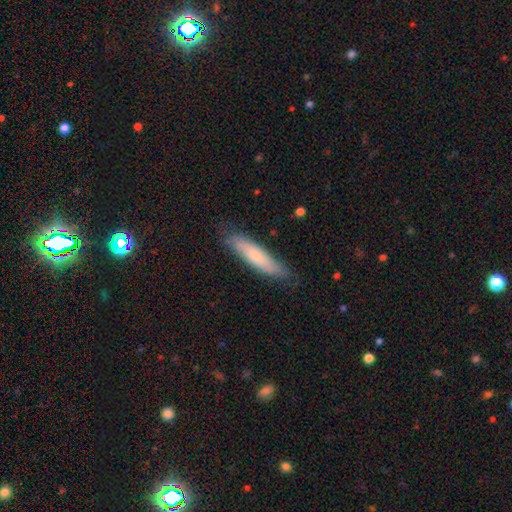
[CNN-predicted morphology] The model was most divided on "smooth or featured": smooth: 67%, featured or disk: 27%, star or artifact: 6%. More confident: how rounded — cigar-shaped (79%); merging — none (79%).